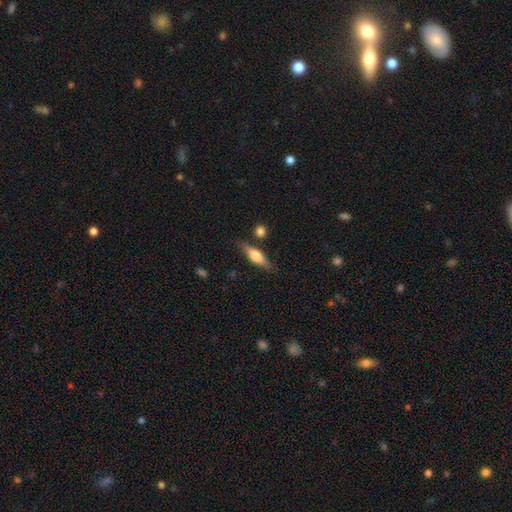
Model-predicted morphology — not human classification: A smooth galaxy with no disk features (55%) that is cigar-shaped (57%). Merging: none (79%).